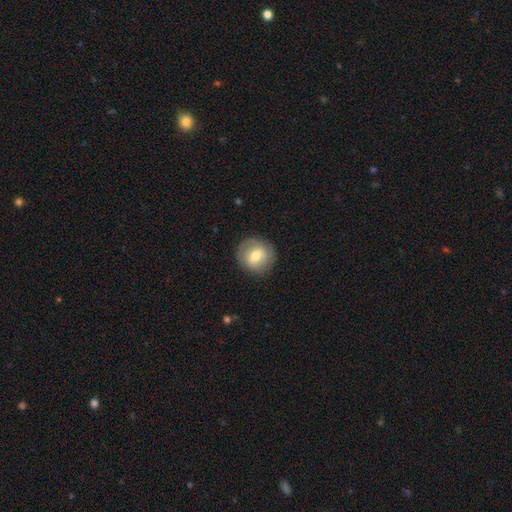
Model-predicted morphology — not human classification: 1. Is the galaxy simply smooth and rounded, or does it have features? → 59% smooth, 33% featured or disk, 7% star or artifact.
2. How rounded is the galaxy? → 89% round, 10% in between, 1% cigar-shaped.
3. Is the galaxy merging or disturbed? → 85% none, 11% minor disturbance, 4% major disturbance, 1% merger.